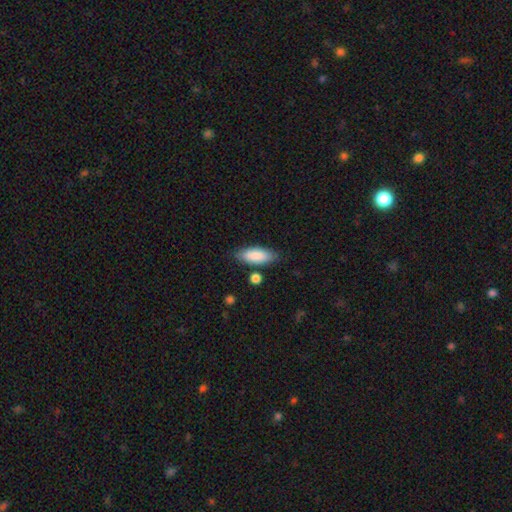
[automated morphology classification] A smooth galaxy with no disk features (87%) that is in between round and cigar-shaped (73%). Merging: none (81%).